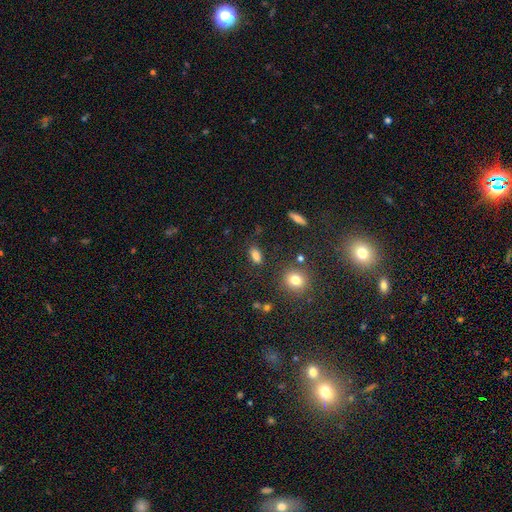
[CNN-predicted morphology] type=smooth (82%); roundness=in between (84%); merging=none (81%).